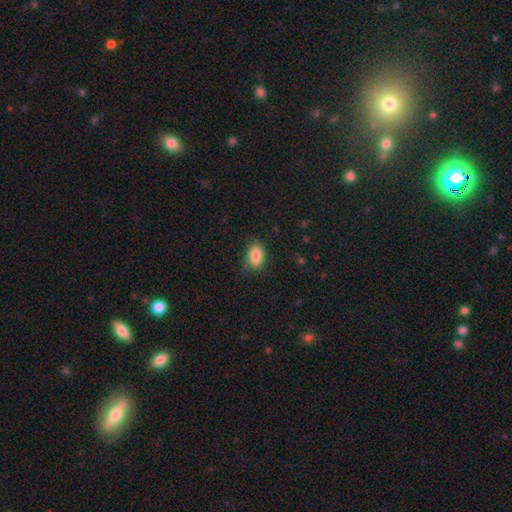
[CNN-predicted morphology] smooth-or-featured: smooth: 87% | star or artifact: 8% | featured or disk: 5%
  how-rounded: in between: 89% | round: 8% | cigar-shaped: 3%
  merging: none: 79% | minor disturbance: 16% | major disturbance: 4% | merger: 1%